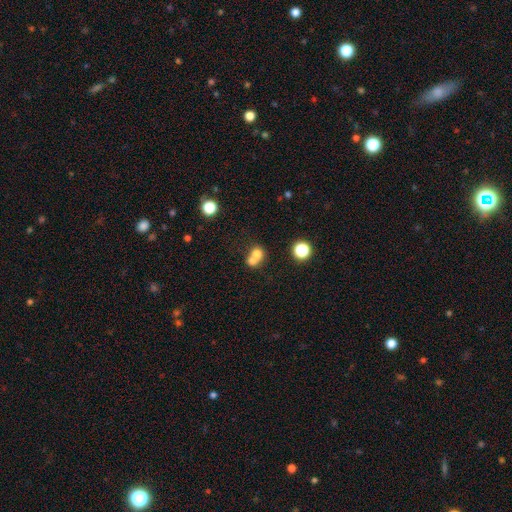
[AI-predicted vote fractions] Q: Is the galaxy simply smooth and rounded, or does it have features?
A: smooth — 71%.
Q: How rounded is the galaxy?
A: round — 75%.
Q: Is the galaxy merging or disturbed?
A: merger — 64%.